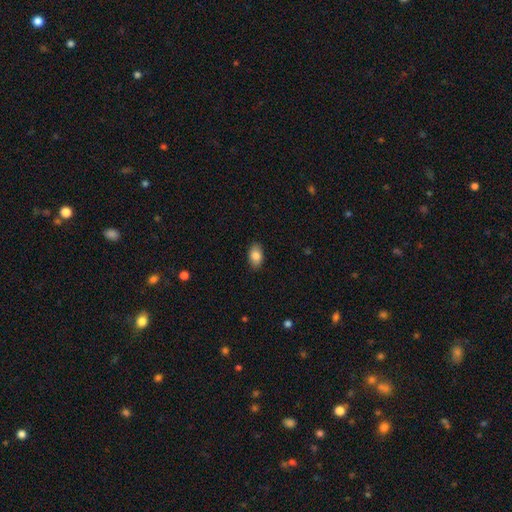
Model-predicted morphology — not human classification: Q: Smooth or featured?
A: smooth (85%); runner-up: featured or disk (7%)
Q: How rounded?
A: in between (91%); runner-up: round (8%)
Q: Merging?
A: none (88%); runner-up: minor disturbance (9%)